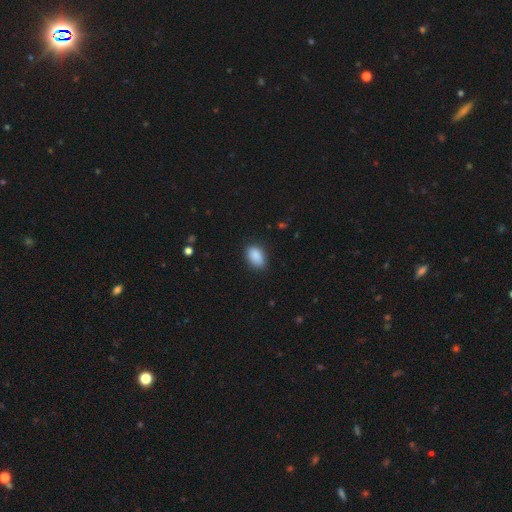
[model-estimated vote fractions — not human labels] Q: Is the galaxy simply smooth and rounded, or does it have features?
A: smooth — 89%.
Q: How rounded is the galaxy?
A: in between — 88%.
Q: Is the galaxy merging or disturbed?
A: none — 81%.